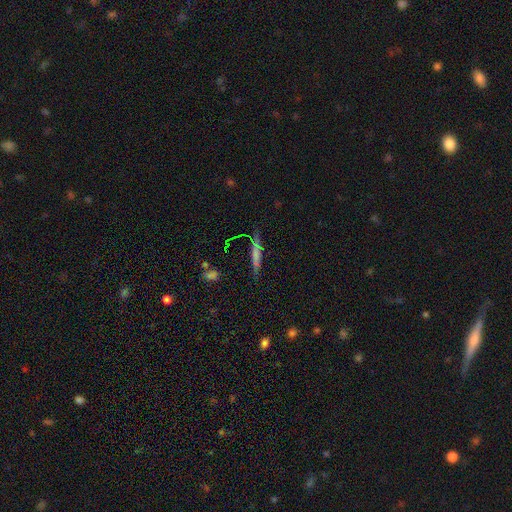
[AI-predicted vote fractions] Smooth or featured? Predicted: smooth (p=0.40). Merging? Predicted: none (p=0.72).